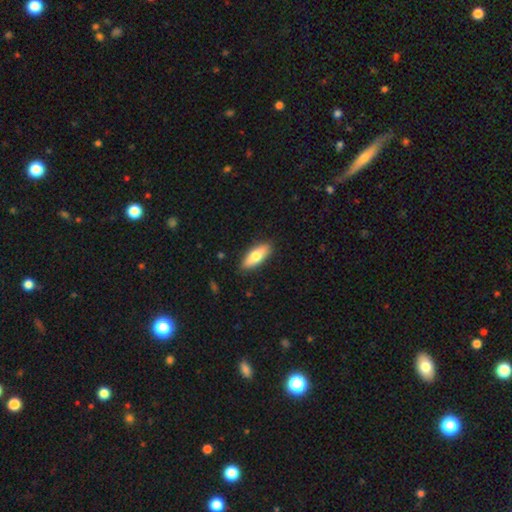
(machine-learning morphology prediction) smooth 72%, featured or disk 23%, star or artifact 6%. Down the decision tree: how rounded — in between (69%); merging — none (88%).